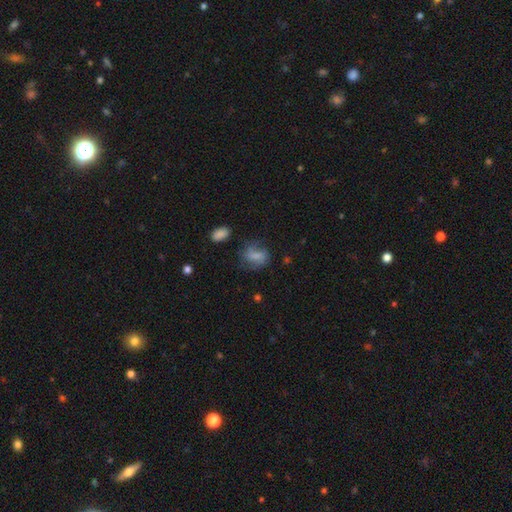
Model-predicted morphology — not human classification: The model was most divided on "how rounded": in between: 56%, round: 42%, cigar-shaped: 2%. More confident: smooth or featured — smooth (55%); merging — none (51%).